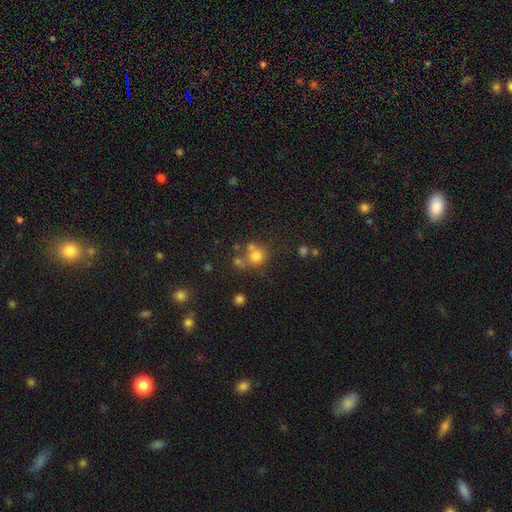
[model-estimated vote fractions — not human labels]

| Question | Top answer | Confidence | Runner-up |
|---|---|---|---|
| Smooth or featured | smooth | 74% | star or artifact (15%) |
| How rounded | round | 87% | in between (12%) |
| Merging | none | 55% | merger (27%) |